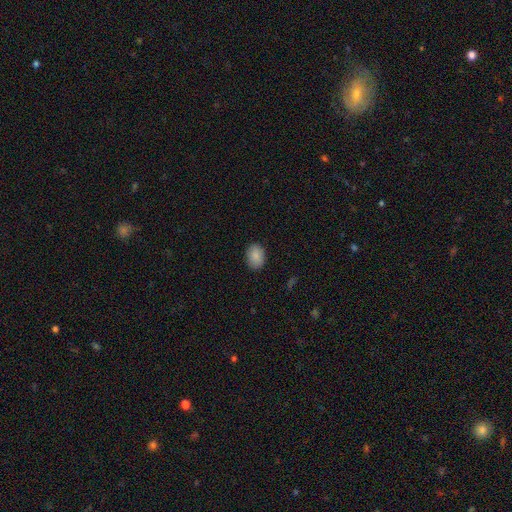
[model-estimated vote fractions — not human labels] This is clearly a smooth galaxy (88%). How rounded: likely in between (77%). Merging: clearly none (87%).